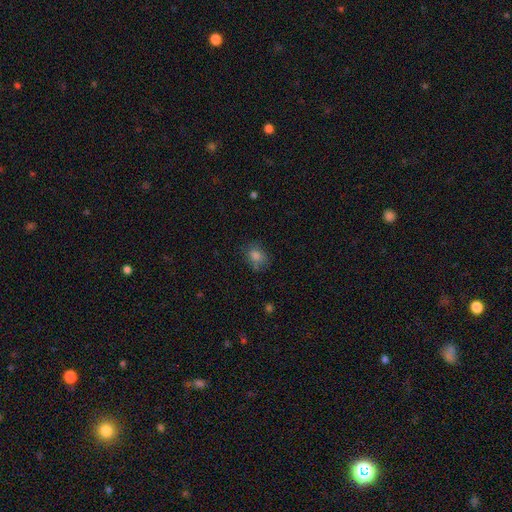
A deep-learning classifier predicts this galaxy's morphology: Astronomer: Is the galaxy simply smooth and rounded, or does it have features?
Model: smooth — 77%.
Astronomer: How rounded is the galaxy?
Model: in between — 52% (runner-up: round, 47%).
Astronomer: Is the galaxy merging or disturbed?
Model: none — 70%.